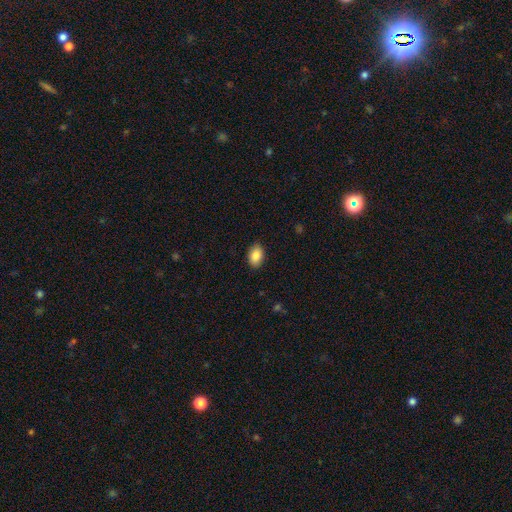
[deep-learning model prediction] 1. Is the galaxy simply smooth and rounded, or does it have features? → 88% smooth, 7% star or artifact, 5% featured or disk.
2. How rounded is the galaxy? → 89% in between, 9% round, 1% cigar-shaped.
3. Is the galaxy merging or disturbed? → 89% none, 8% minor disturbance, 2% major disturbance, 1% merger.